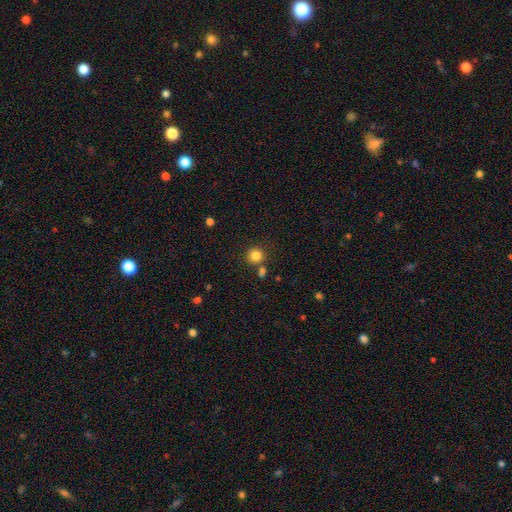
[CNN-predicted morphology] Smooth or featured? Predicted: smooth (p=0.83). How rounded? Predicted: round (p=0.92). Merging? Predicted: none (p=0.77).